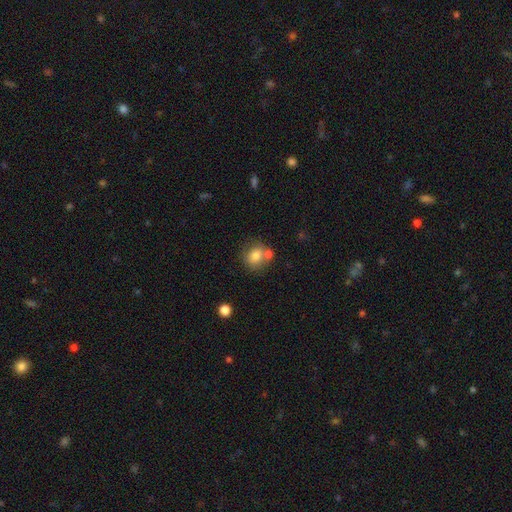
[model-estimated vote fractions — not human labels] Smooth or featured: smooth — 78% (featured or disk — 12%)
How rounded: round — 75% (in between — 24%)
Merging: none — 58% (merger — 26%)